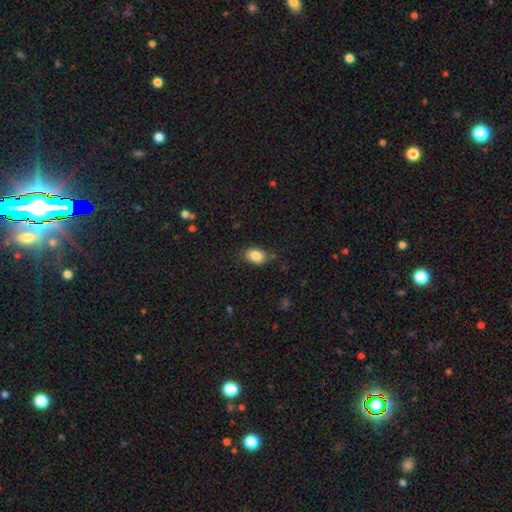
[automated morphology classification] This is clearly a smooth galaxy (85%). How rounded: likely in between (76%). Merging: likely none (78%).